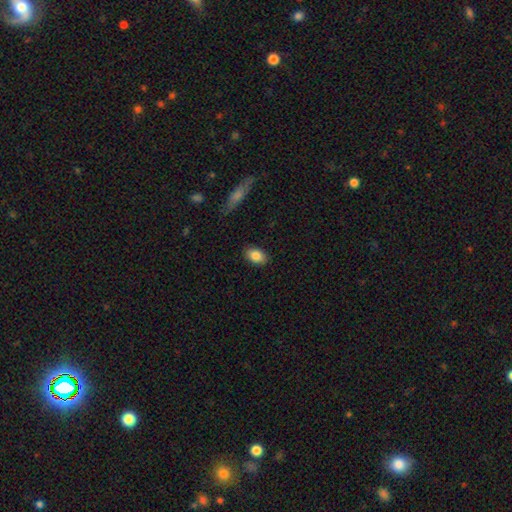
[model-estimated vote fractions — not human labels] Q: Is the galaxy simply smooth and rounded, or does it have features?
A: smooth — 85%.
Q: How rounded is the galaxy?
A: in between — 86%.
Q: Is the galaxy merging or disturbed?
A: none — 88%.